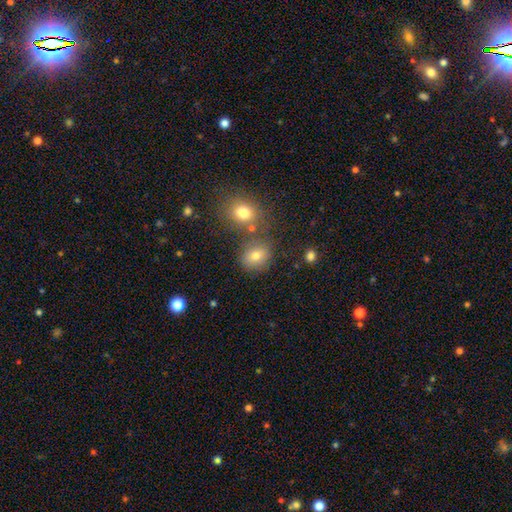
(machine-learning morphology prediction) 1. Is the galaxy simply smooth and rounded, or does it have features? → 74% smooth, 15% star or artifact, 11% featured or disk.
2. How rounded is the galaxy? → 62% round, 37% in between, 1% cigar-shaped.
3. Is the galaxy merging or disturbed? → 69% none, 14% merger, 12% minor disturbance, 4% major disturbance.